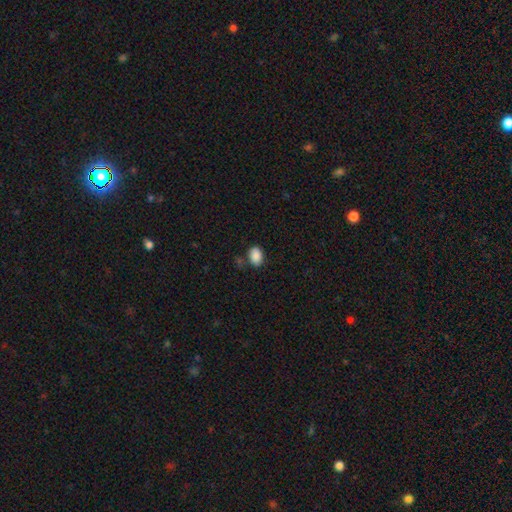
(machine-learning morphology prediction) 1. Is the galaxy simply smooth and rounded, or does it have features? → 88% smooth, 8% star or artifact, 4% featured or disk.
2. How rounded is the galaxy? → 81% in between, 18% round, 1% cigar-shaped.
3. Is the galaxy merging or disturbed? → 74% none, 15% minor disturbance, 7% merger, 4% major disturbance.